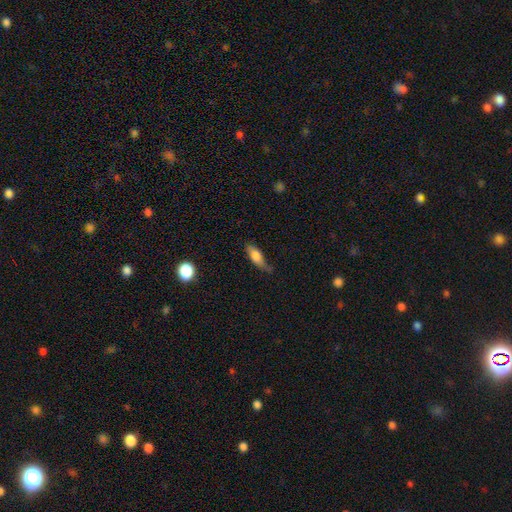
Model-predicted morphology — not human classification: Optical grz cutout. It shows a smooth galaxy with no disk features (69%) that is in between round and cigar-shaped (63%). Merging: none (46%).